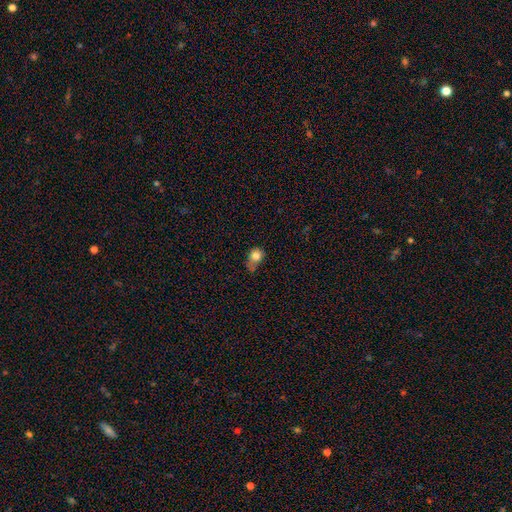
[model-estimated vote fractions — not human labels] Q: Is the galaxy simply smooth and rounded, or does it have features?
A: smooth — 79%.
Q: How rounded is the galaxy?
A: round — 55%.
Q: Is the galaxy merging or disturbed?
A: minor disturbance — 39%.